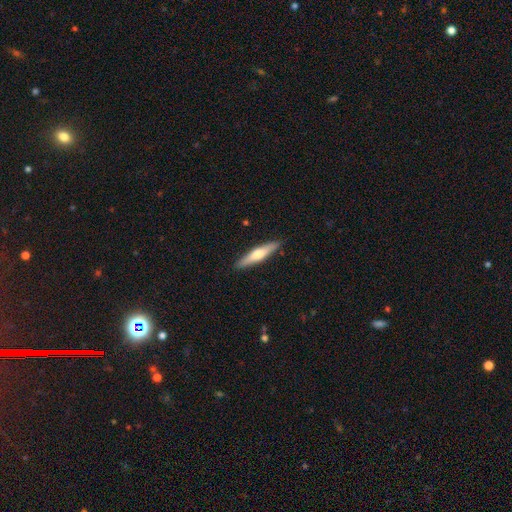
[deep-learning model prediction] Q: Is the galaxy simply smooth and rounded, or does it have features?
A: featured or disk — 53%.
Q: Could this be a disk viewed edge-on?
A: yes — 95%.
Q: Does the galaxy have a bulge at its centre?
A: rounded — 88%.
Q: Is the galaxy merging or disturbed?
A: none — 91%.